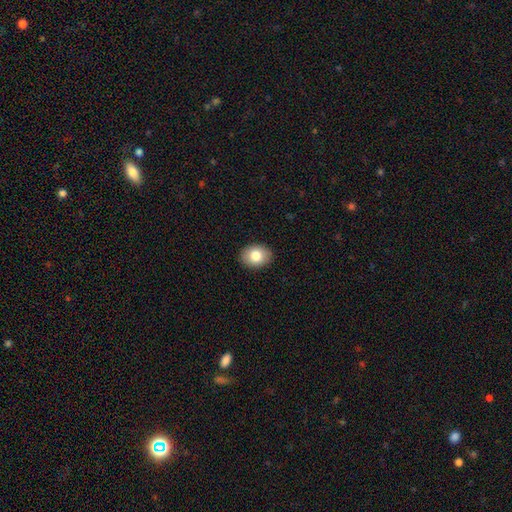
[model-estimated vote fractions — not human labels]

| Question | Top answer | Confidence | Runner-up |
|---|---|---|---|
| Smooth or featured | smooth | 82% | featured or disk (10%) |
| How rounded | in between | 68% | round (31%) |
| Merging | none | 90% | minor disturbance (7%) |